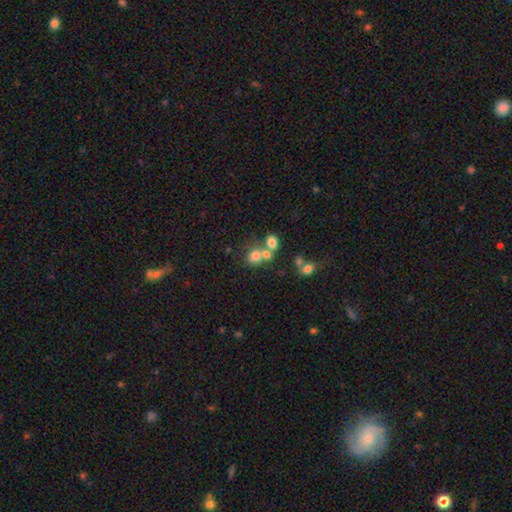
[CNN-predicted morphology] Q: Smooth or featured?
A: smooth (72%); runner-up: featured or disk (14%)
Q: How rounded?
A: round (66%); runner-up: in between (33%)
Q: Merging?
A: merger (49%); runner-up: none (36%)